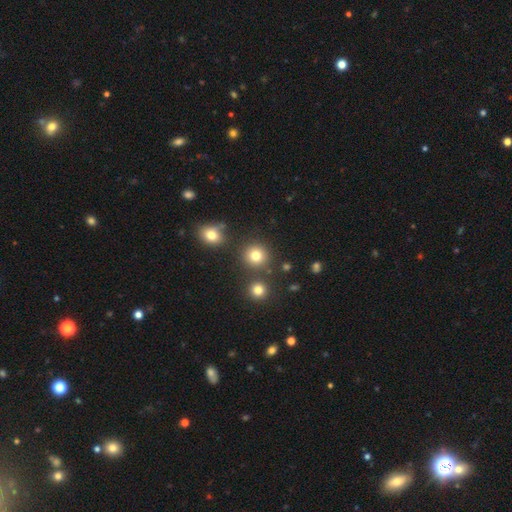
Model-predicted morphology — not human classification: This is likely a smooth galaxy (80%). How rounded: clearly round (92%). Merging: clearly none (85%).